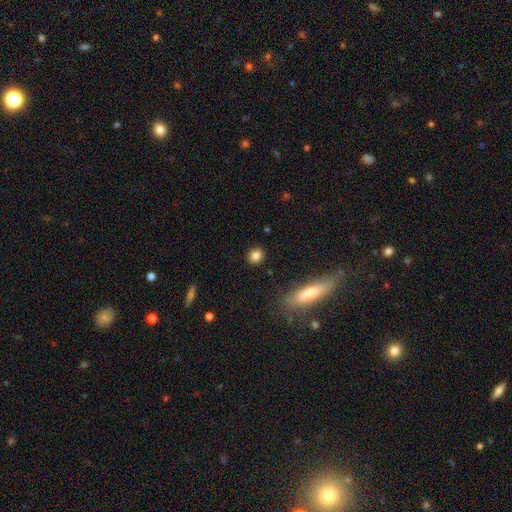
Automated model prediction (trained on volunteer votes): Overall: smooth (84%). How rounded: round (80%). Merging: none (89%).